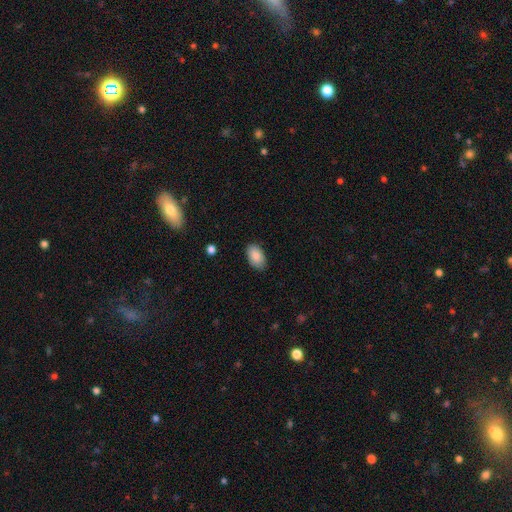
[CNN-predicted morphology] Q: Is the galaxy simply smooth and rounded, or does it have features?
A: smooth — 87%.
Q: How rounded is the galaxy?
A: in between — 94%.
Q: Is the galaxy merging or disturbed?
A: none — 86%.